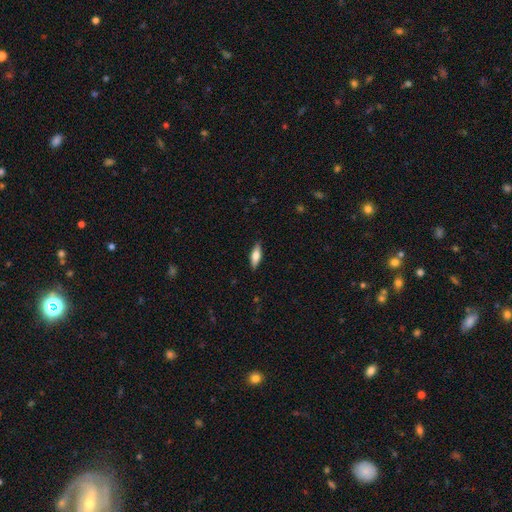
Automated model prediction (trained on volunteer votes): Morphology: type=smooth (66%); roundness=in between (59%); merging=none (87%).